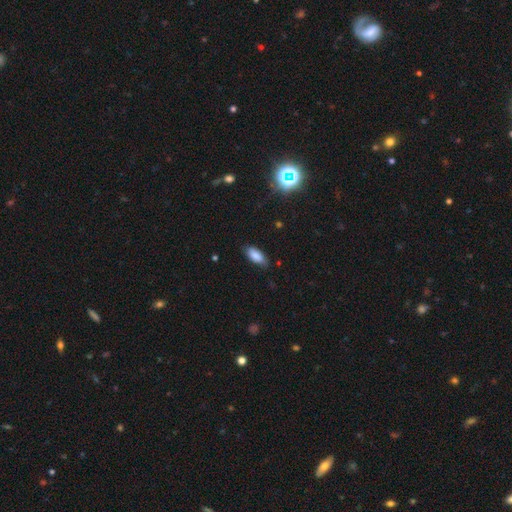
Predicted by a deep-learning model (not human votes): Q: Smooth or featured?
A: smooth (83%); runner-up: star or artifact (8%)
Q: How rounded?
A: in between (88%); runner-up: cigar-shaped (10%)
Q: Merging?
A: none (78%); runner-up: minor disturbance (17%)